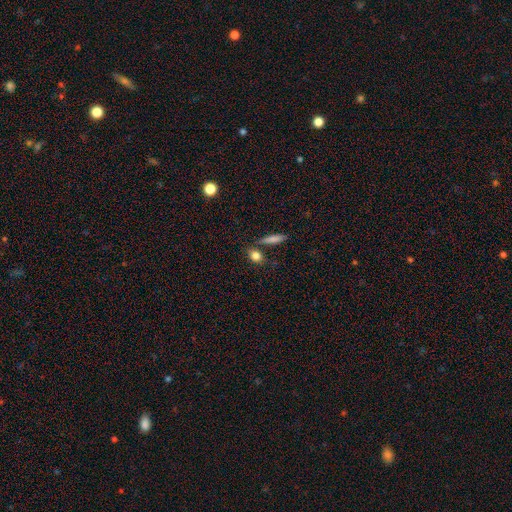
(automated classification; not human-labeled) A smooth galaxy with no disk features (83%) that is in between round and cigar-shaped (50%).

Vote fractions:
- Smooth or featured? smooth: 83% / star or artifact: 9% / featured or disk: 8%
- How rounded? in between: 50% / round: 39% / cigar-shaped: 11%
- Merging? none: 72% / minor disturbance: 12% / merger: 12% / major disturbance: 4%